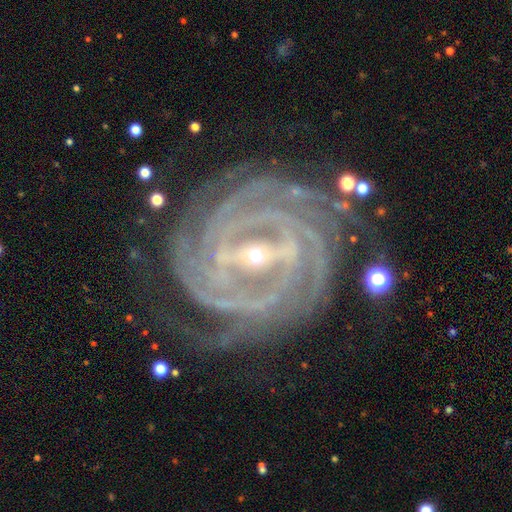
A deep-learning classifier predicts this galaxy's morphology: A featured or disk galaxy (92%) with a strong bar (62%), 4 (25%) tight (77%) spiral arms (98%) and a small central bulge (83%).

Vote fractions:
- Smooth or featured? featured or disk: 92% / star or artifact: 5% / smooth: 3%
- Edge-on disk? no: 97% / yes: 3%
- Bar? strong: 62% / weak: 25% / no: 13%
- Spiral arms? yes: 98% / no: 2%
- Spiral winding? tight: 77% / medium: 20% / loose: 4%
- Spiral arm count? 4: 25% / 3: 20% / 2: 17% / can't tell: 16% / more than 4: 15% / 1: 8%
- Bulge size? small: 83% / moderate: 14% / large: 1% / none: 1% / dominant: 1%
- Merging? none: 71% / minor disturbance: 18% / major disturbance: 10% / merger: 2%